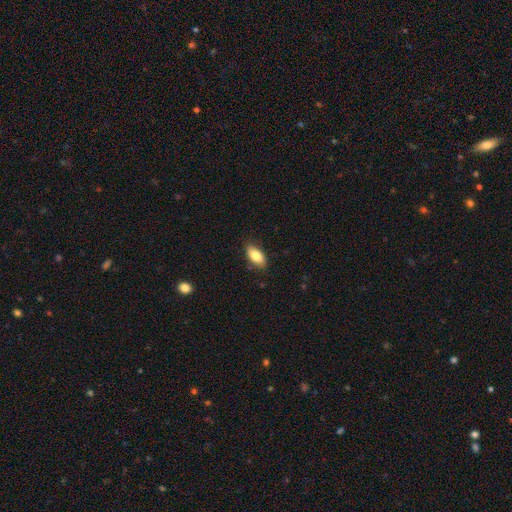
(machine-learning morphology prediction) smooth_or_featured: smooth (p=0.82) [alt: featured or disk p=0.11]
how_rounded: in between (p=0.91) [alt: cigar-shaped p=0.05]
merging: none (p=0.85) [alt: minor disturbance p=0.12]